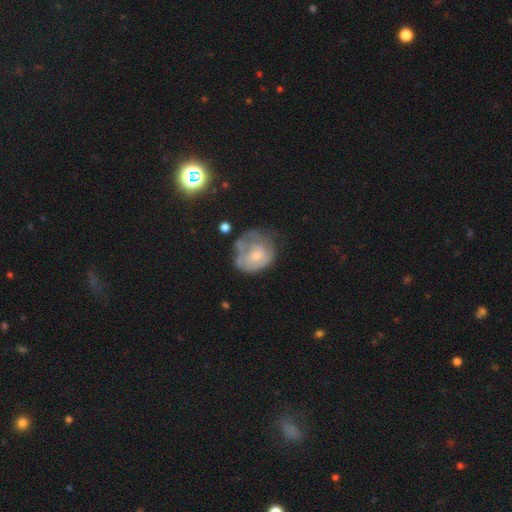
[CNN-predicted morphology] Smooth or featured? Predicted: featured or disk (p=0.54). Edge-on disk? Predicted: no (p=0.97). Bar? Predicted: no (p=0.80). Spiral arms? Predicted: no (p=0.52). Bulge size? Predicted: small (p=0.48). Merging? Predicted: none (p=0.34).